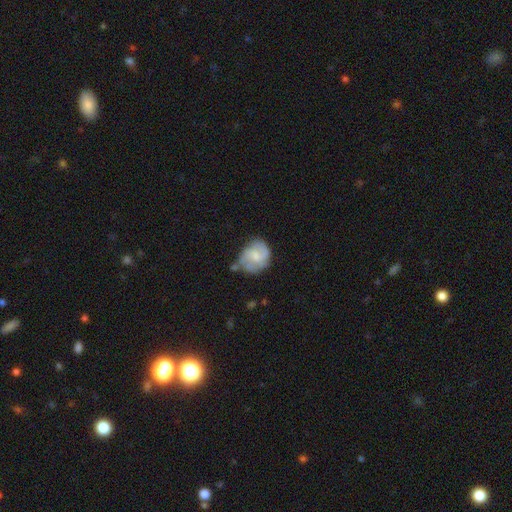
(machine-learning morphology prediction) The model was most divided on "bulge size": moderate: 43%, small: 40%, none: 12%, large: 4%, dominant: 1%. Remaining: edge-on disk — no (98%); spiral arms — yes (79%); bar — no (56%); smooth or featured — featured or disk (56%); merging — none (49%).